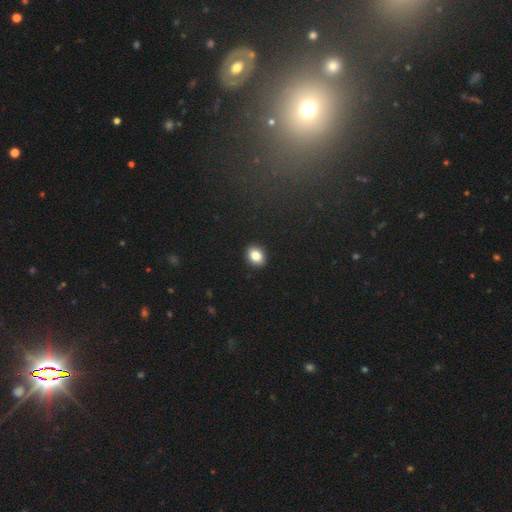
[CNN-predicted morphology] smooth 84%, star or artifact 9%, featured or disk 7%. Down the decision tree: how rounded — in between (65%); merging — none (91%).